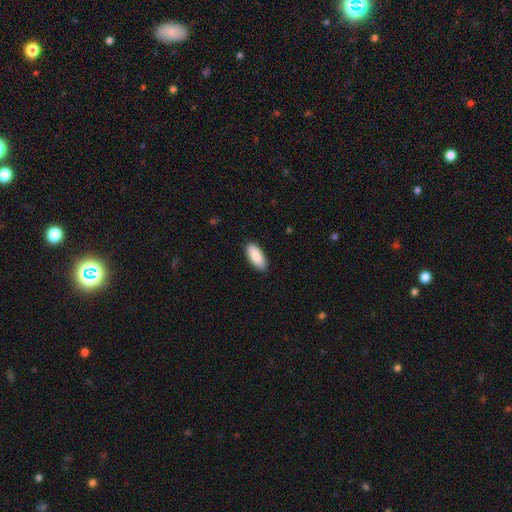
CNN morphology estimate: Q: Smooth or featured?
A: smooth (88%); runner-up: featured or disk (6%)
Q: How rounded?
A: in between (85%); runner-up: cigar-shaped (13%)
Q: Merging?
A: none (88%); runner-up: minor disturbance (10%)